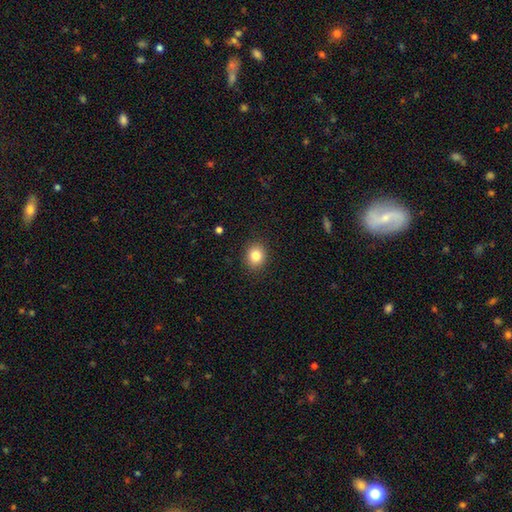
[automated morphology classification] Q: Smooth or featured?
A: smooth (83%); runner-up: star or artifact (11%)
Q: How rounded?
A: round (71%); runner-up: in between (29%)
Q: Merging?
A: none (90%); runner-up: minor disturbance (7%)